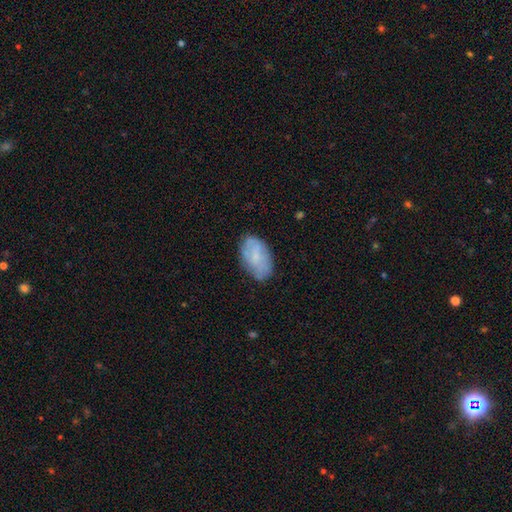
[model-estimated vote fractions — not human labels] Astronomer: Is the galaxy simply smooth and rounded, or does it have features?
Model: smooth — 64%.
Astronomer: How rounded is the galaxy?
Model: in between — 93%.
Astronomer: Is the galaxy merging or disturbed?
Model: none — 71%.